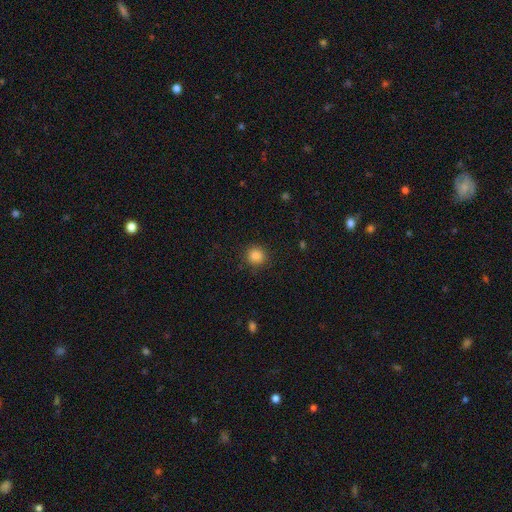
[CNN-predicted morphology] The model was most divided on "smooth or featured": smooth: 86%, star or artifact: 11%, featured or disk: 3%. More confident: how rounded — round (92%); merging — none (90%).